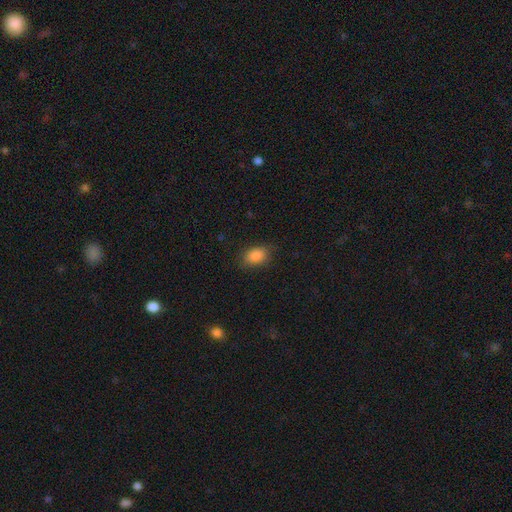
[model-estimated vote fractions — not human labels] smooth-or-featured: smooth: 86% | star or artifact: 9% | featured or disk: 5%
  how-rounded: in between: 81% | round: 18% | cigar-shaped: 2%
  merging: none: 79% | minor disturbance: 16% | major disturbance: 4% | merger: 1%